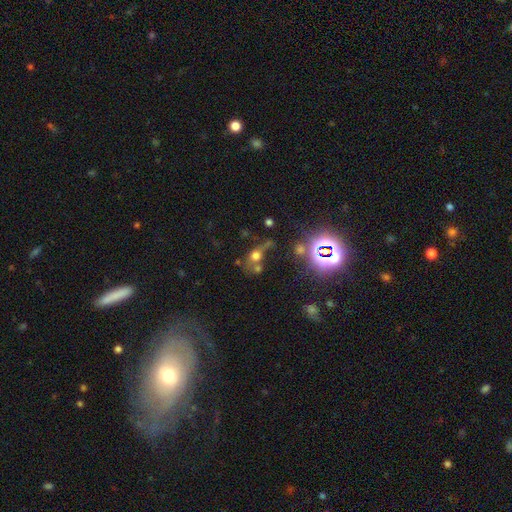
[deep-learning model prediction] smooth-or-featured: smooth: 50% | star or artifact: 28% | featured or disk: 21%
  how-rounded: round: 59% | in between: 36% | cigar-shaped: 5%
  merging: none: 32% (tied) | merger: 32% (tied) | major disturbance: 21% | minor disturbance: 14%